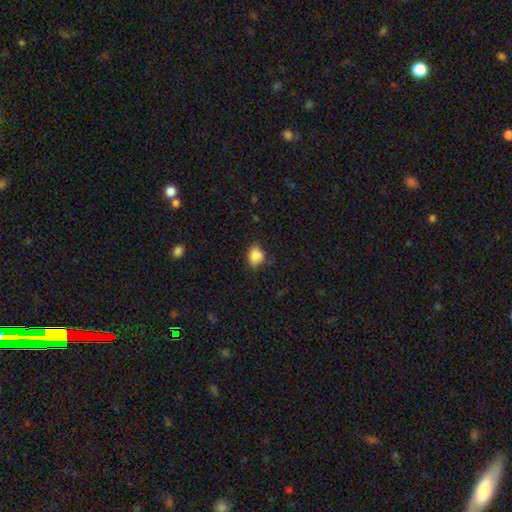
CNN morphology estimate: type=smooth (86%); roundness=in between (60%); merging=none (66%).